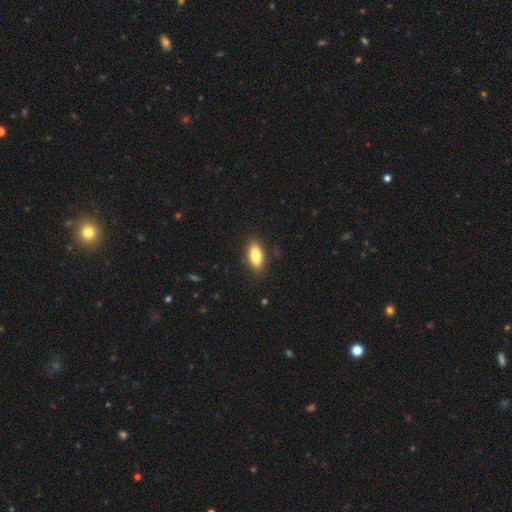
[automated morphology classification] Overall: smooth (81%). How rounded: in between (84%). Merging: none (86%).